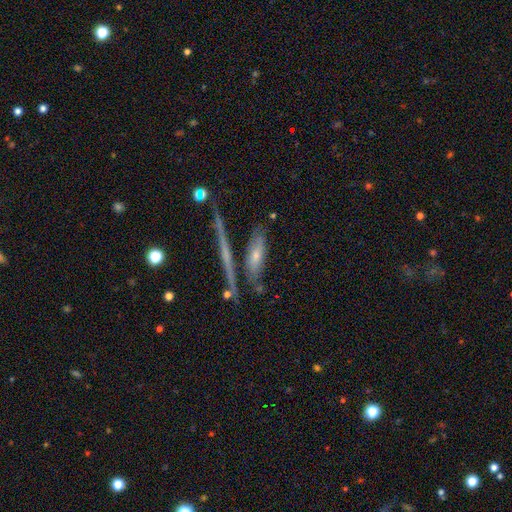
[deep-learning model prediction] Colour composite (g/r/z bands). It shows a featured or disk galaxy (53%) viewed edge-on (71%). Merging: none (64%).